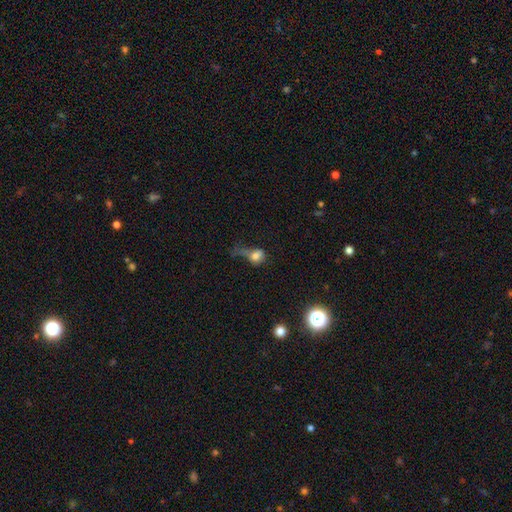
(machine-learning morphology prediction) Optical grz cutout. It shows a smooth galaxy with no disk features (69%) that is in between round and cigar-shaped (51%). Merging: major disturbance (50%).